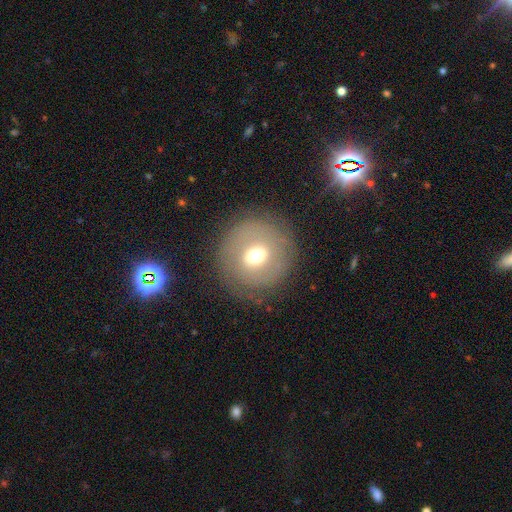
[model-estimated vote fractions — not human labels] smooth 54%, featured or disk 34%, star or artifact 12%. Down the decision tree: how rounded — round (91%); merging — none (79%).